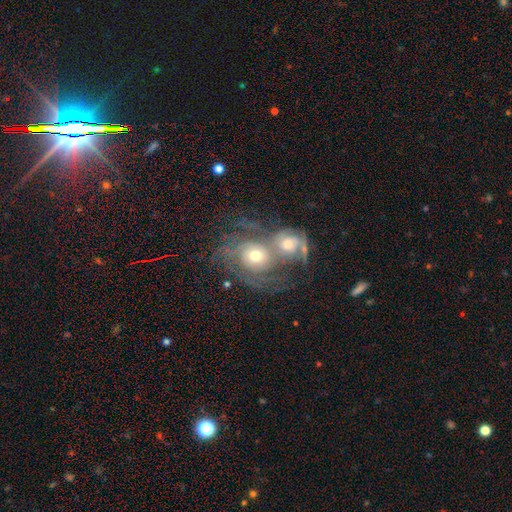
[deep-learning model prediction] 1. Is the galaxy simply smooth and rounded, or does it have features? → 43% featured or disk, 30% smooth, 27% star or artifact.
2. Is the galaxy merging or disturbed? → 62% merger, 25% none, 7% minor disturbance, 6% major disturbance.